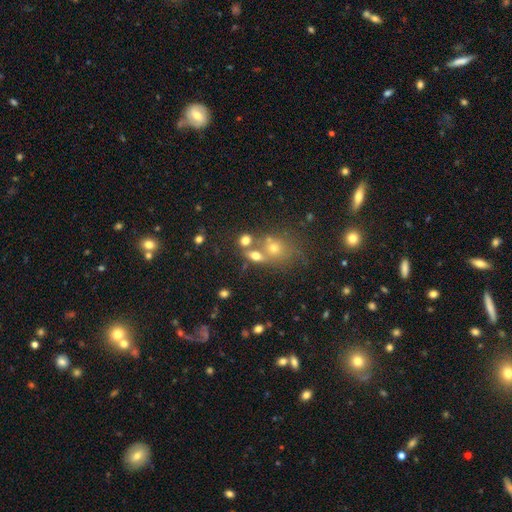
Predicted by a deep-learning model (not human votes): The model was most divided on "merging": none: 43%, merger: 39%, minor disturbance: 11%, major disturbance: 7%. More confident: smooth or featured — smooth (62%); how rounded — in between (52%).